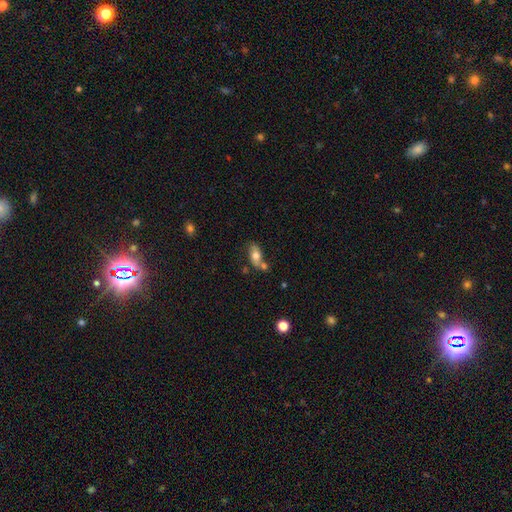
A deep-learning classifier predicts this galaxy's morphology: Smooth or featured? Predicted: smooth (p=0.66). How rounded? Predicted: in between (p=0.84). Merging? Predicted: none (p=0.48).